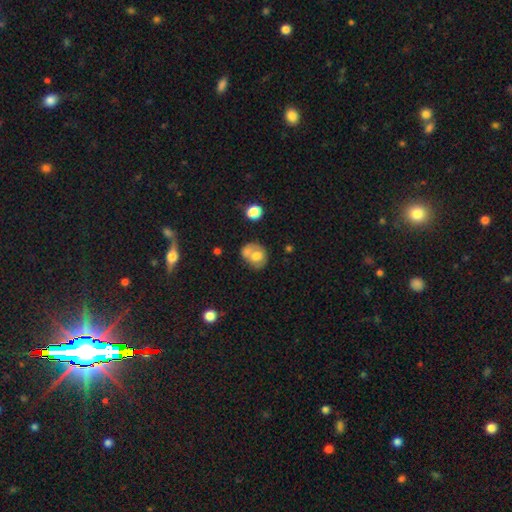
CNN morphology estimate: Smooth or featured?
  - smooth: 65% *
  - featured or disk: 26%
  - star or artifact: 10%
How rounded?
  - round: 62% *
  - in between: 37%
  - cigar-shaped: 1%
Merging?
  - merger: 47% *
  - none: 33%
  - minor disturbance: 14%
  - major disturbance: 7%